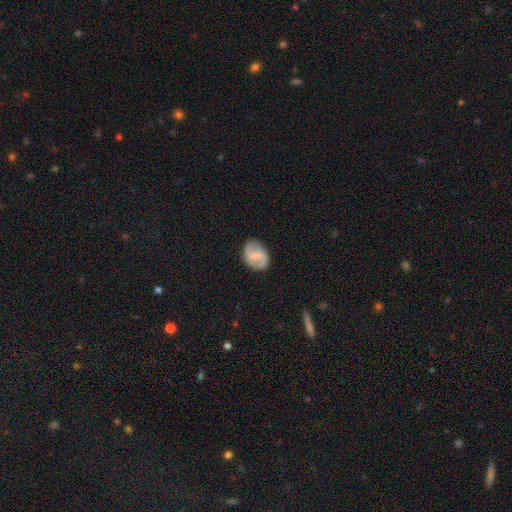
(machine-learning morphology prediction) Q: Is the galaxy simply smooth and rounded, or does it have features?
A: featured or disk — 55%.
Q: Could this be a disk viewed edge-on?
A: no — 97%.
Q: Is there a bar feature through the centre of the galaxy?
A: weak — 53%.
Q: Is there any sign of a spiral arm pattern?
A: yes — 86%.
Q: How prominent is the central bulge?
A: small — 54%.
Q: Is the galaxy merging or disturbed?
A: none — 84%.